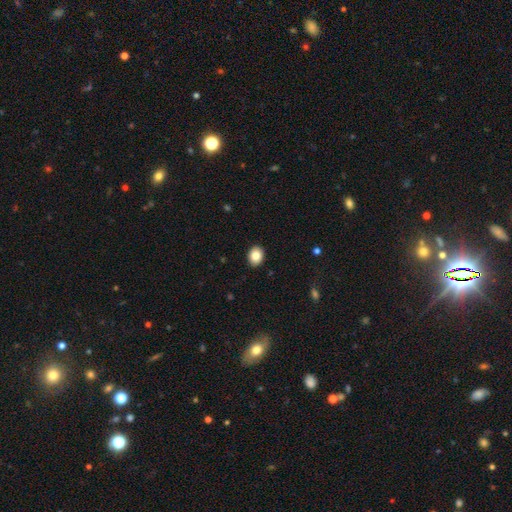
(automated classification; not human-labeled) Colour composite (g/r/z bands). It shows a smooth galaxy with no disk features (86%) that is in between round and cigar-shaped (56%). Merging: none (91%).